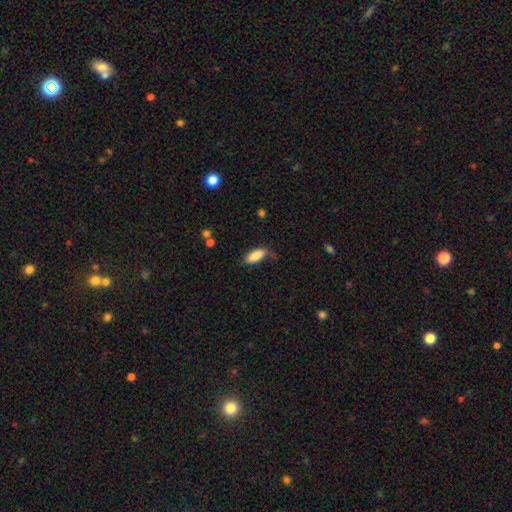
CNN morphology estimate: The model was most divided on "merging": none: 66%, minor disturbance: 24%, major disturbance: 7%, merger: 3%. More confident: smooth or featured — smooth (87%); how rounded — in between (85%).